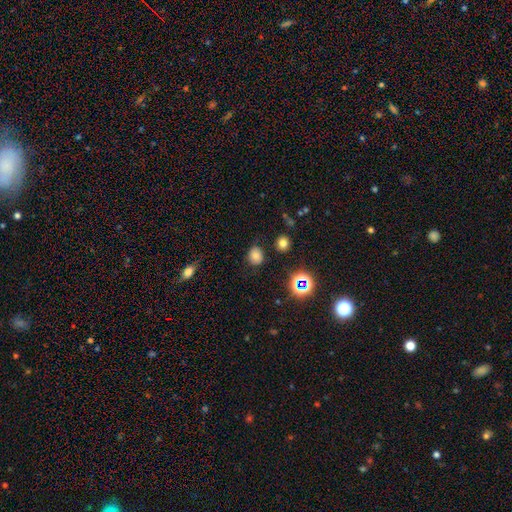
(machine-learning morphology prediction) Q: Smooth or featured?
A: smooth (73%); runner-up: star or artifact (19%)
Q: How rounded?
A: round (70%); runner-up: in between (29%)
Q: Merging?
A: none (81%); runner-up: minor disturbance (13%)